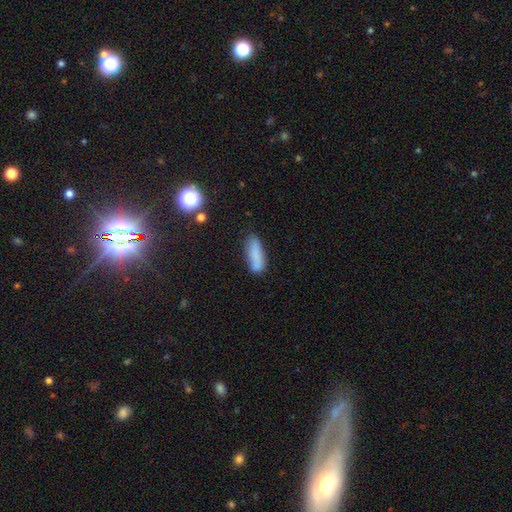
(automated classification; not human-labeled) Smooth or featured?
  - smooth: 79% *
  - featured or disk: 12%
  - star or artifact: 9%
How rounded?
  - in between: 52% *
  - cigar-shaped: 46%
  - round: 2%
Merging?
  - none: 66% *
  - minor disturbance: 22%
  - major disturbance: 6%
  - merger: 5%